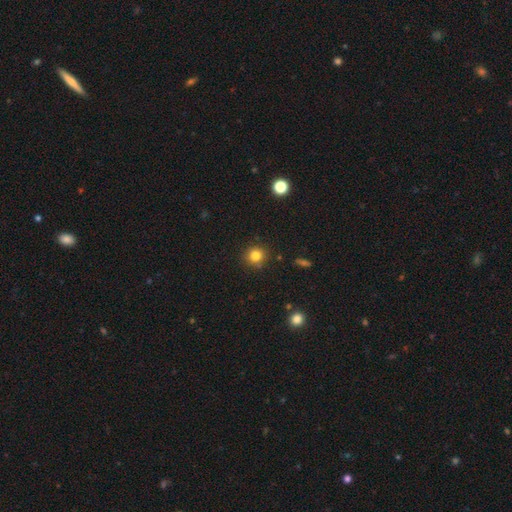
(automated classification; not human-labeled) A smooth galaxy with no disk features (81%) that is round (91%). Merging: none (88%).